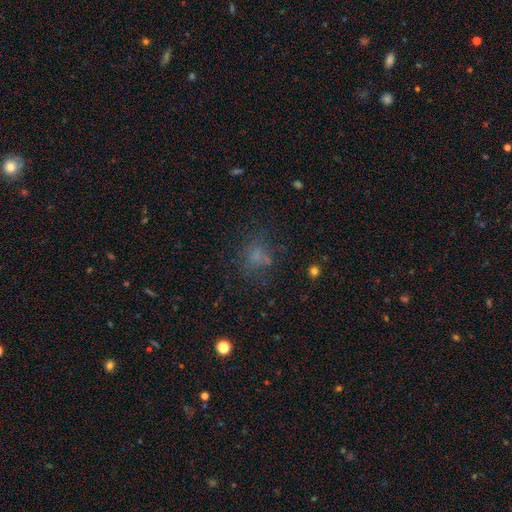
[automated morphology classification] The model was most divided on "how rounded": round: 65%, in between: 33%, cigar-shaped: 1%. More confident: merging — none (65%); smooth or featured — smooth (60%).